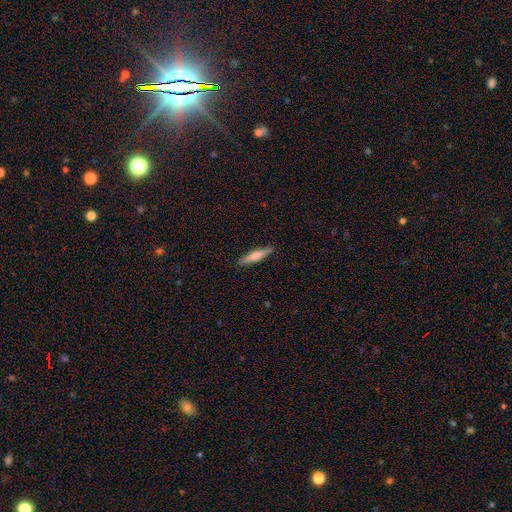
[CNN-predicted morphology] type=smooth (57%); roundness=cigar-shaped (88%); merging=none (89%).